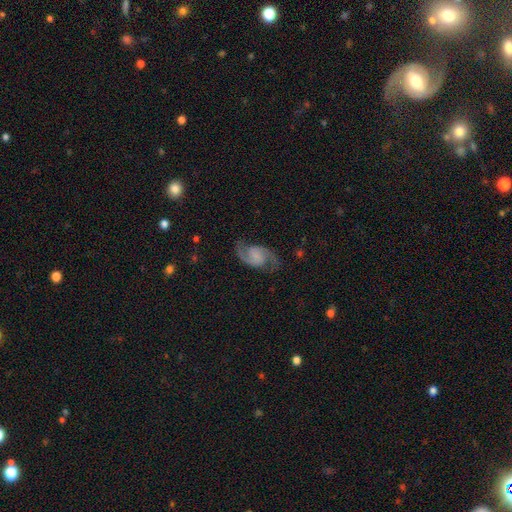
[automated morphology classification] Smooth or featured? Predicted: featured or disk (p=0.89). Edge-on disk? Predicted: no (p=0.98). Bar? Predicted: no (p=0.50). Spiral arms? Predicted: yes (p=0.98). Spiral winding? Predicted: medium (p=0.56). Spiral arm count? Predicted: 2 (p=0.94). Bulge size? Predicted: none (p=0.54). Merging? Predicted: none (p=0.81).